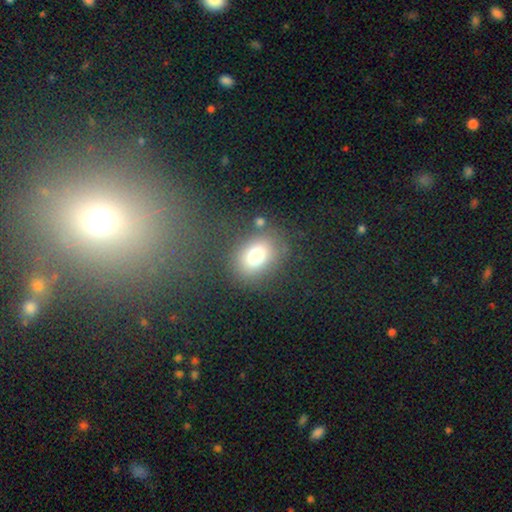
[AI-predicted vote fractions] The model was most divided on "how rounded": in between: 56%, round: 43%, cigar-shaped: 1%. More confident: smooth or featured — smooth (75%); merging — none (75%).